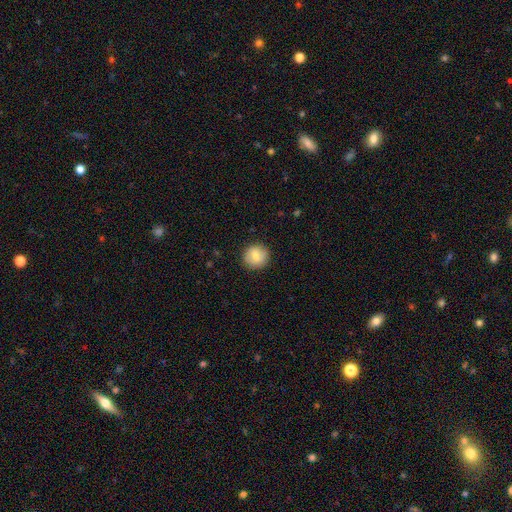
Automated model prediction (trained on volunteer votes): smooth 77%, featured or disk 16%, star or artifact 8%. Down the decision tree: how rounded — round (93%); merging — none (90%).